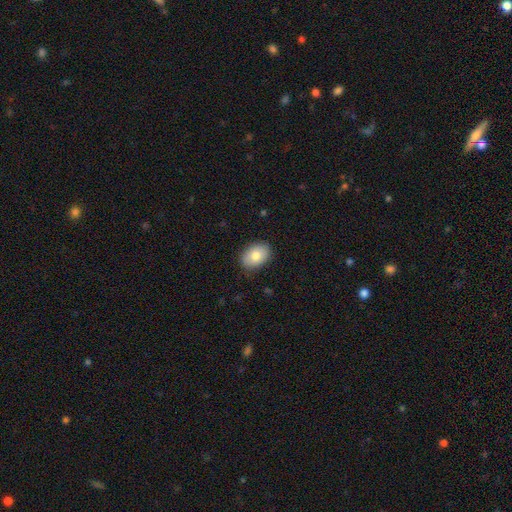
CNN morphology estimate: Smooth or featured?
  - smooth: 80% *
  - featured or disk: 13%
  - star or artifact: 7%
How rounded?
  - in between: 82% *
  - round: 17%
  - cigar-shaped: 1%
Merging?
  - none: 86% *
  - minor disturbance: 11%
  - major disturbance: 2%
  - merger: 1%